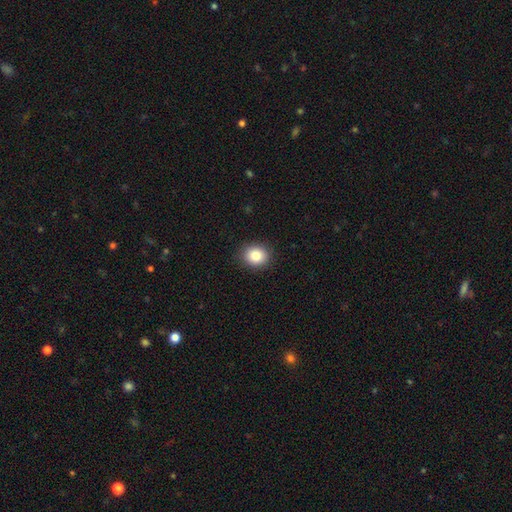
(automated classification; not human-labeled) This appears to be a smooth galaxy with no disk features (84%) that is round (64%). Merging: none (90%).